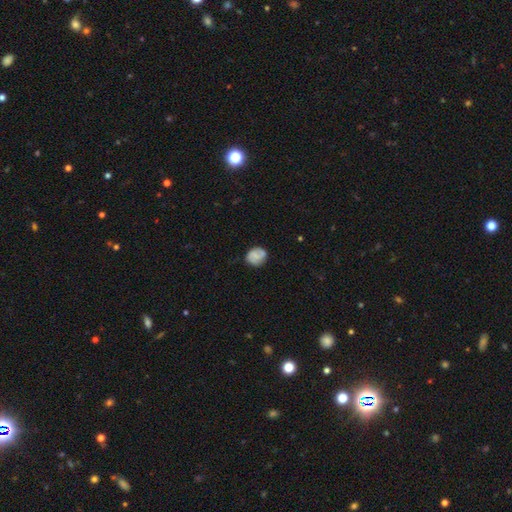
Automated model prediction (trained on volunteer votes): Q: Smooth or featured?
A: smooth (56%); runner-up: featured or disk (36%)
Q: How rounded?
A: round (70%); runner-up: in between (29%)
Q: Merging?
A: none (71%); runner-up: minor disturbance (20%)